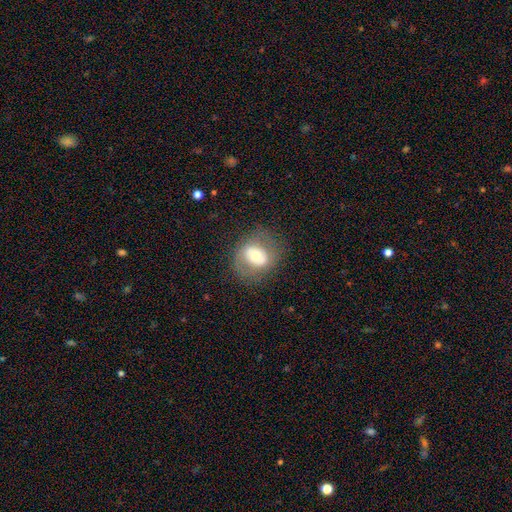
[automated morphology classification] A featured or disk galaxy (46%).

Vote fractions:
- Smooth or featured? featured or disk: 46% / smooth: 45% / star or artifact: 9%
- Merging? none: 69% / minor disturbance: 17% / major disturbance: 12% / merger: 1%